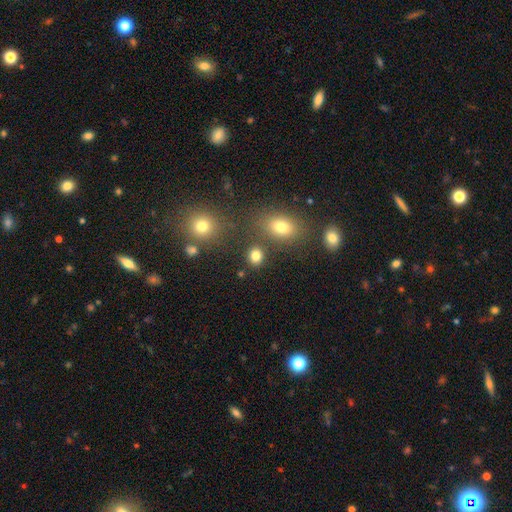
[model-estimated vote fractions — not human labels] Smooth or featured: smooth — 80% (star or artifact — 14%)
How rounded: round — 69% (in between — 29%)
Merging: none — 80% (minor disturbance — 8%)